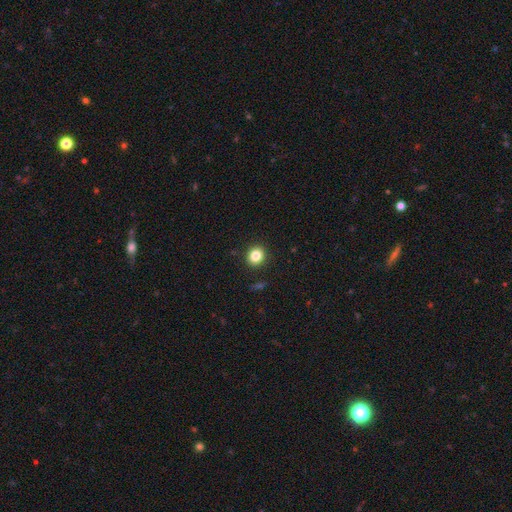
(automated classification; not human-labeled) This is clearly a smooth galaxy (84%). How rounded: likely round (76%). Merging: clearly none (91%).